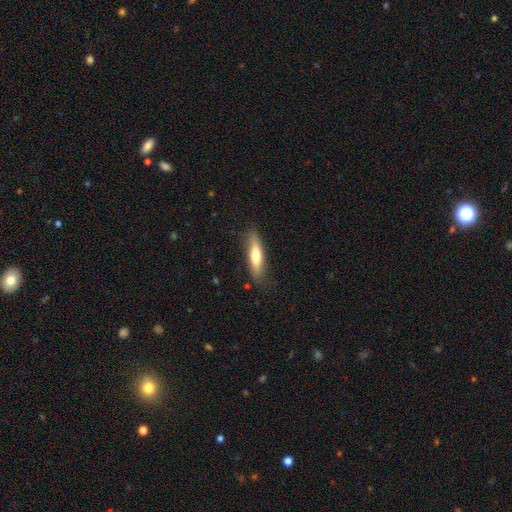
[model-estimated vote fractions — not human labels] smooth_or_featured: smooth (p=0.62) [alt: featured or disk p=0.32]
how_rounded: cigar-shaped (p=0.74) [alt: in between p=0.25]
merging: none (p=0.84) [alt: minor disturbance p=0.12]